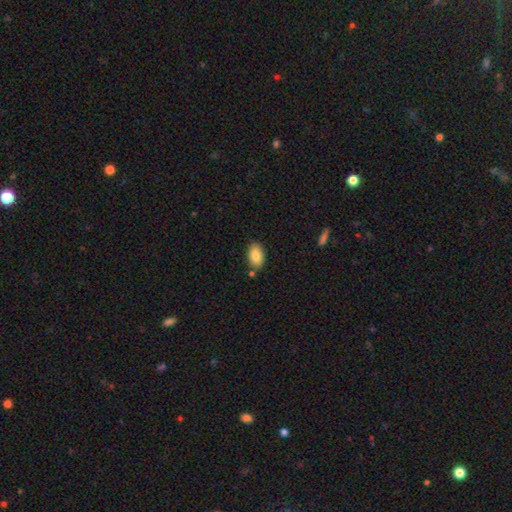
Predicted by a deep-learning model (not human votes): Morphology: type=smooth (86%); roundness=in between (92%); merging=none (82%).